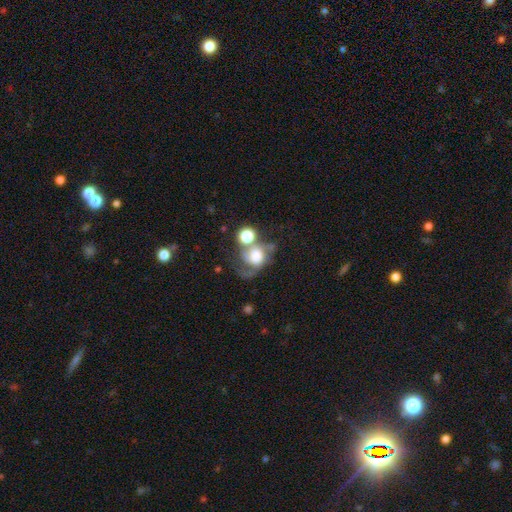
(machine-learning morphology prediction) Smooth or featured?
  - featured or disk: 48% *
  - smooth: 41%
  - star or artifact: 11%
Merging?
  - merger: 36% *
  - major disturbance: 25%
  - none: 25%
  - minor disturbance: 14%